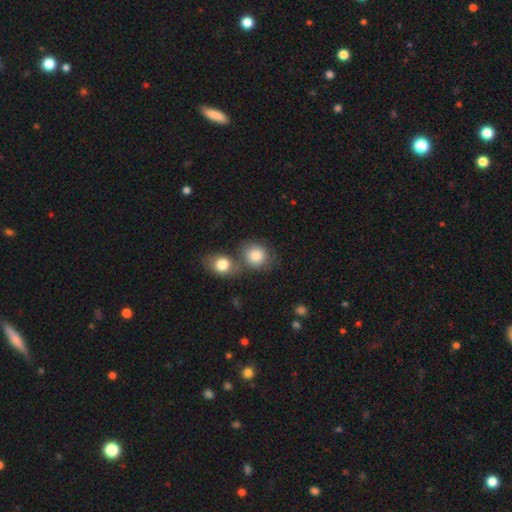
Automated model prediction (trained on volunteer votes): This is clearly a smooth galaxy (83%). How rounded: likely round (77%). Merging: marginally none (43%, tied with merger).